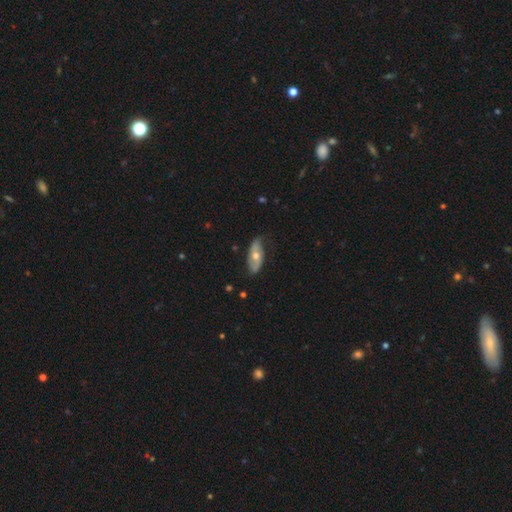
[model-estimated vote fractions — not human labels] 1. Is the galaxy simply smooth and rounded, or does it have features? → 53% featured or disk, 42% smooth, 6% star or artifact.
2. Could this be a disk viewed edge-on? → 79% no, 21% yes.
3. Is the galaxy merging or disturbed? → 67% none, 26% minor disturbance, 6% major disturbance, 1% merger.